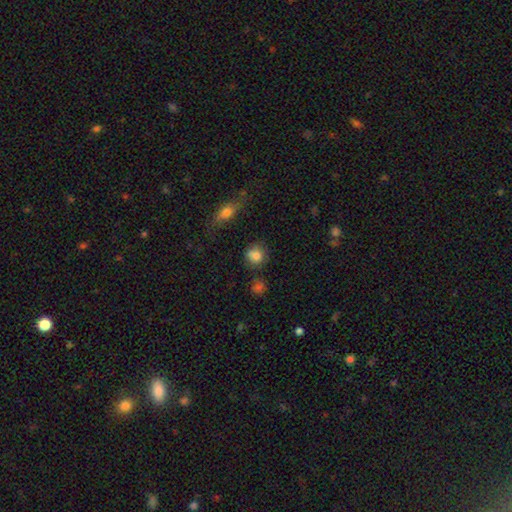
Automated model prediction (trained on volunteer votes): Morphology: type=smooth (80%); roundness=round (82%); merging=none (71%).